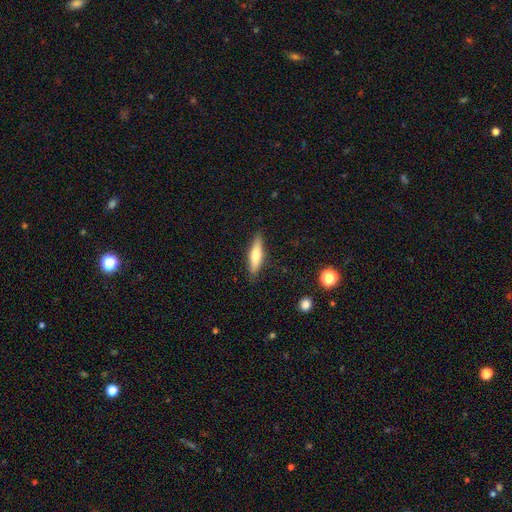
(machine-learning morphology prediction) A smooth galaxy with no disk features (62%) that is cigar-shaped (65%).

Vote fractions:
- Smooth or featured? smooth: 62% / featured or disk: 32% / star or artifact: 6%
- How rounded? cigar-shaped: 65% / in between: 33% / round: 2%
- Merging? none: 85% / minor disturbance: 11% / major disturbance: 2% / merger: 1%